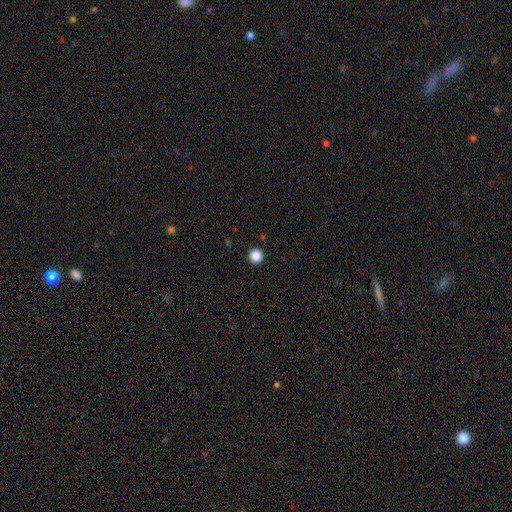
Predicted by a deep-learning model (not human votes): smooth_or_featured: smooth (p=0.87) [alt: star or artifact p=0.11]
how_rounded: round (p=0.96) [alt: in between p=0.03]
merging: none (p=0.94) [alt: minor disturbance p=0.04]